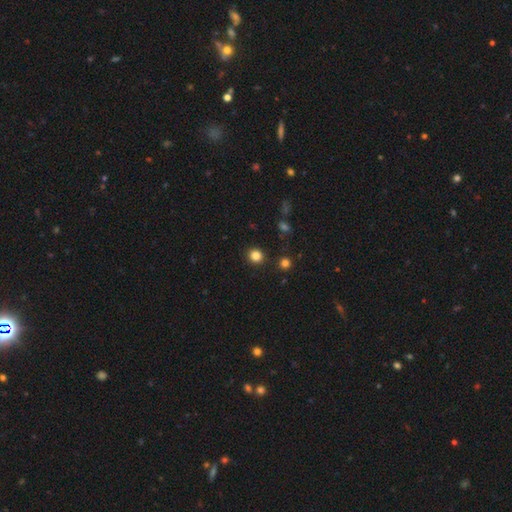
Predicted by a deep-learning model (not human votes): This is clearly a smooth galaxy (83%). How rounded: clearly round (89%). Merging: clearly none (91%).